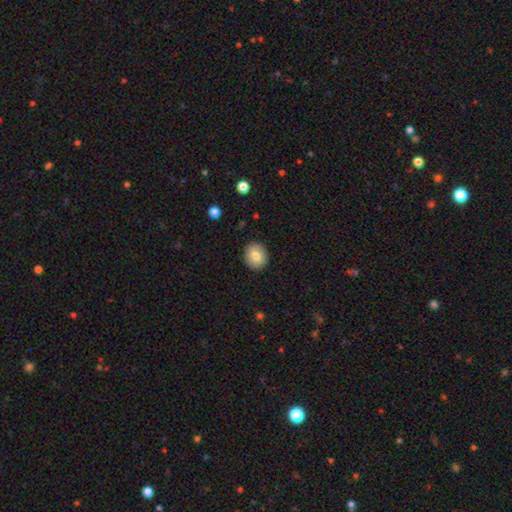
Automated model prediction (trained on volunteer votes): smooth-or-featured: smooth: 76% | featured or disk: 16% | star or artifact: 8%
  how-rounded: round: 73% | in between: 26% | cigar-shaped: 1%
  merging: none: 90% | minor disturbance: 7% | major disturbance: 2% | merger: 1%